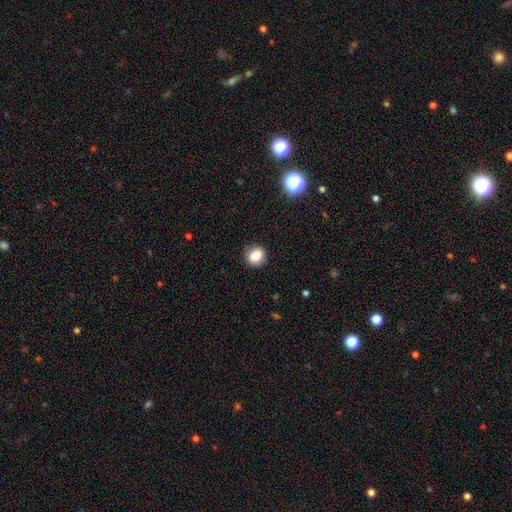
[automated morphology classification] Smooth or featured: smooth — 85% (star or artifact — 10%)
How rounded: round — 85% (in between — 14%)
Merging: none — 89% (minor disturbance — 8%)